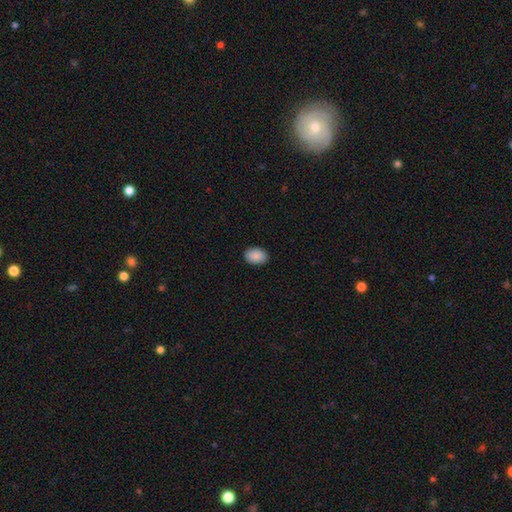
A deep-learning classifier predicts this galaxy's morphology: A smooth galaxy with no disk features (91%) that is in between round and cigar-shaped (76%).

Vote fractions:
- Smooth or featured? smooth: 91% / star or artifact: 7% / featured or disk: 3%
- How rounded? in between: 76% / round: 23% / cigar-shaped: 1%
- Merging? none: 89% / minor disturbance: 8% / major disturbance: 2% / merger: 1%